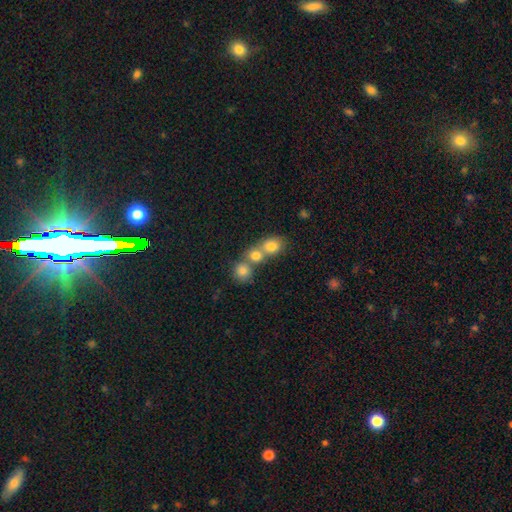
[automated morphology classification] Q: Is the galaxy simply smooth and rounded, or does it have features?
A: smooth — 77%.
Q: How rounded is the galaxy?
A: round — 71%.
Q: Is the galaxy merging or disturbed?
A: merger — 55%.